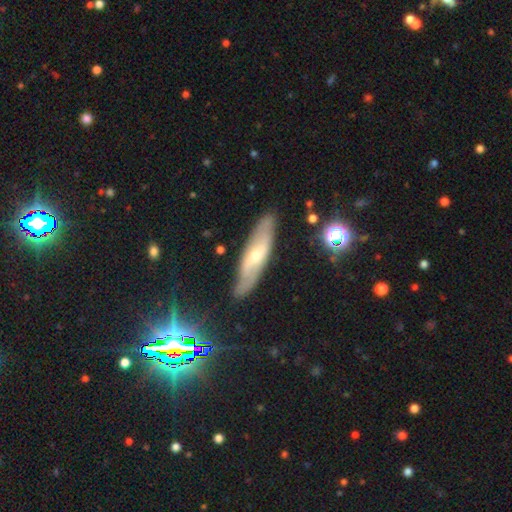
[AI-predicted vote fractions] A featured or disk galaxy (58%). Merging: none (84%).